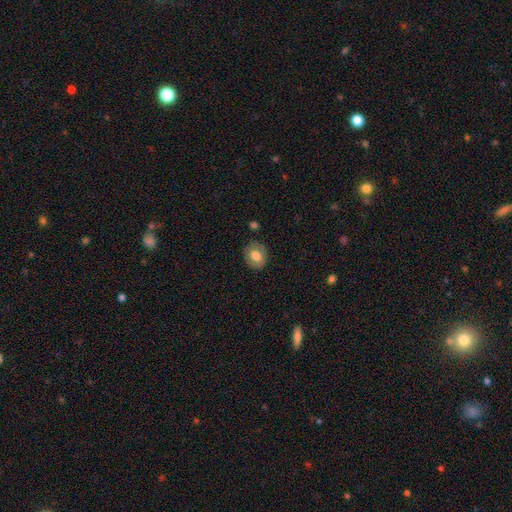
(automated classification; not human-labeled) Morphology: type=smooth (72%); roundness=round (63%); merging=none (83%).